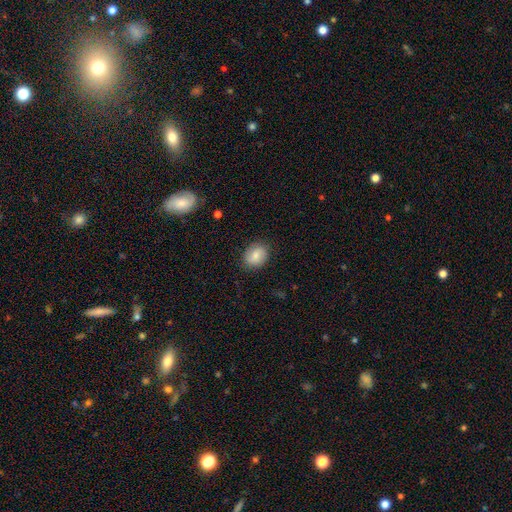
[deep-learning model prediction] A smooth galaxy with no disk features (79%) that is round (50%).

Vote fractions:
- Smooth or featured? smooth: 79% / featured or disk: 14% / star or artifact: 7%
- How rounded? round: 50% / in between: 49% / cigar-shaped: 1%
- Merging? none: 83% / minor disturbance: 13% / major disturbance: 3% / merger: 1%